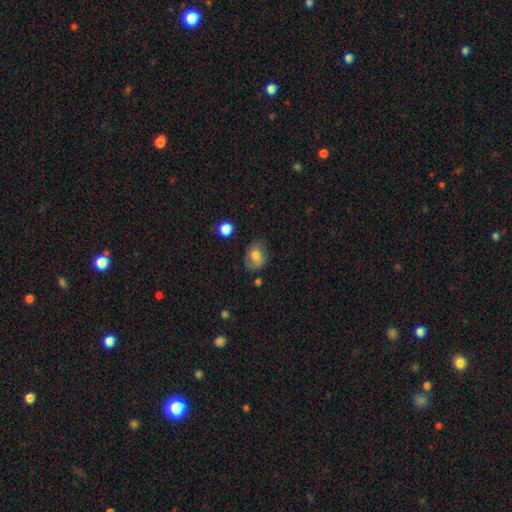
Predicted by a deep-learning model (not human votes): A smooth galaxy with no disk features (68%) that is in between round and cigar-shaped (65%). Merging: none (63%).